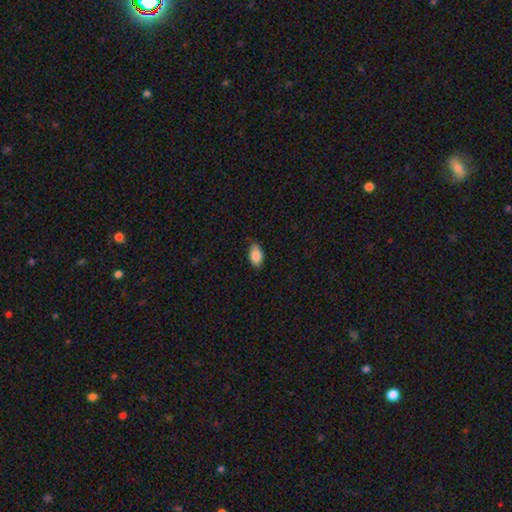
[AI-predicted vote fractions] Smooth or featured: smooth — 86% (star or artifact — 7%)
How rounded: in between — 92% (round — 5%)
Merging: none — 77% (minor disturbance — 19%)